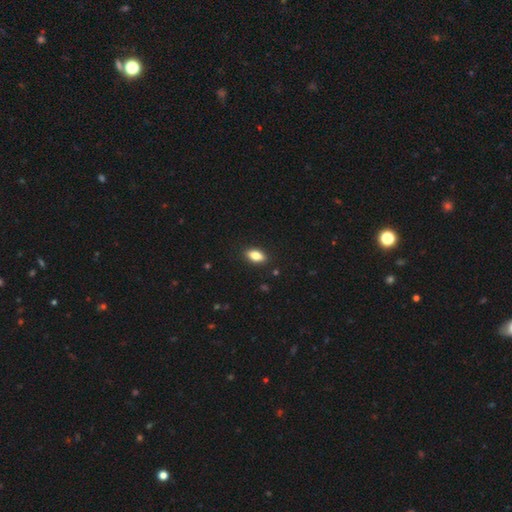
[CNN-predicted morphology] This appears to be a smooth galaxy with no disk features (81%) that is in between round and cigar-shaped (87%). Merging: none (88%).